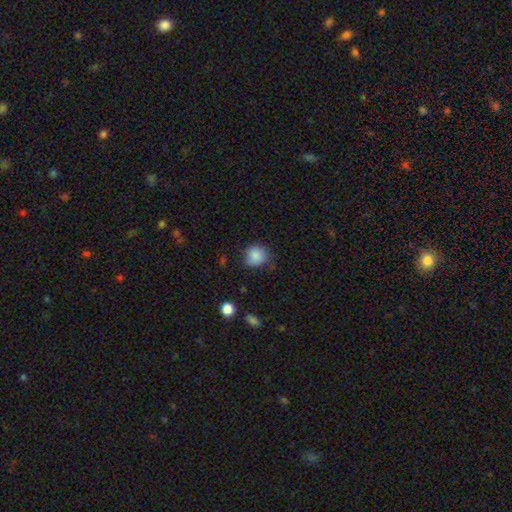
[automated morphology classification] Smooth or featured? Predicted: smooth (p=0.86). How rounded? Predicted: round (p=0.80). Merging? Predicted: none (p=0.68).